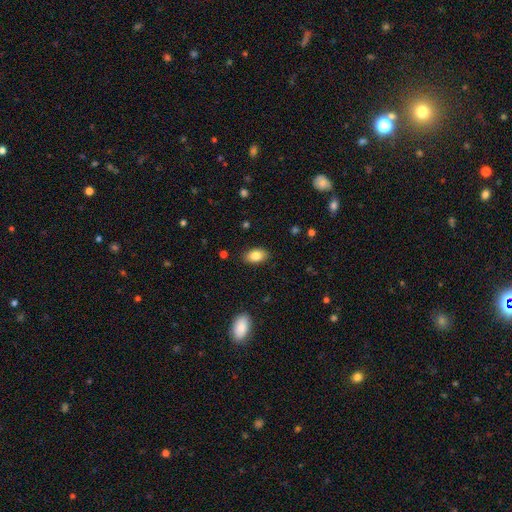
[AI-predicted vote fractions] smooth-or-featured: smooth: 84% | featured or disk: 8% | star or artifact: 8%
  how-rounded: in between: 91% | round: 7% | cigar-shaped: 2%
  merging: none: 87% | minor disturbance: 10% | major disturbance: 2% | merger: 1%